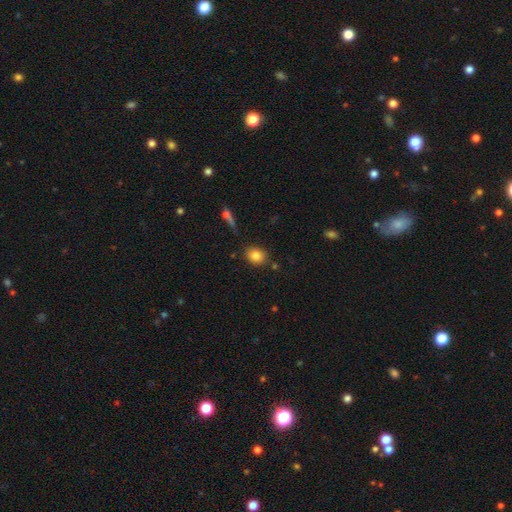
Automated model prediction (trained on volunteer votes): Smooth or featured: smooth — 84% (star or artifact — 9%)
How rounded: round — 56% (in between — 42%)
Merging: none — 81% (minor disturbance — 11%)